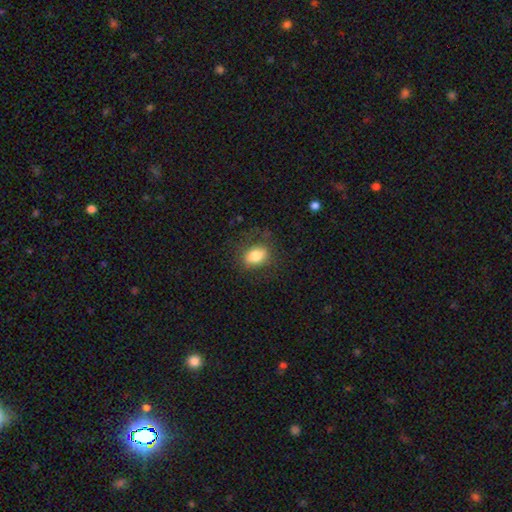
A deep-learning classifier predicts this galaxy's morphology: The model was most divided on "how rounded": in between: 73%, round: 25%, cigar-shaped: 2%. More confident: smooth or featured — smooth (80%); merging — none (76%).